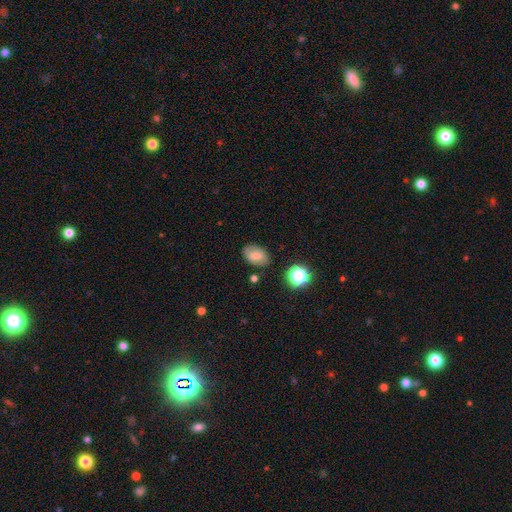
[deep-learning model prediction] Overall: smooth (67%). How rounded: in between (84%). Merging: none (79%).